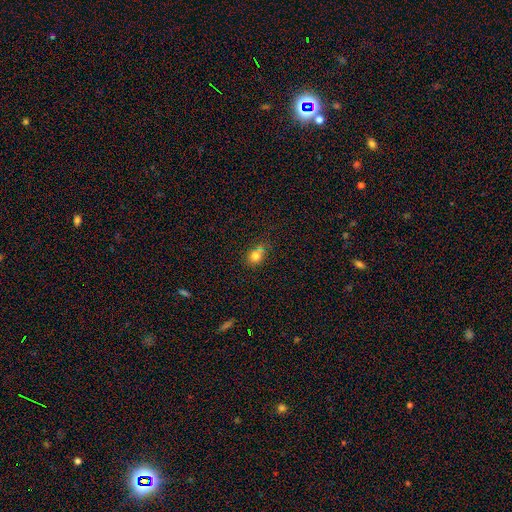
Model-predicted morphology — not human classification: A smooth galaxy with no disk features (78%) that is round (54%). Merging: none (53%).